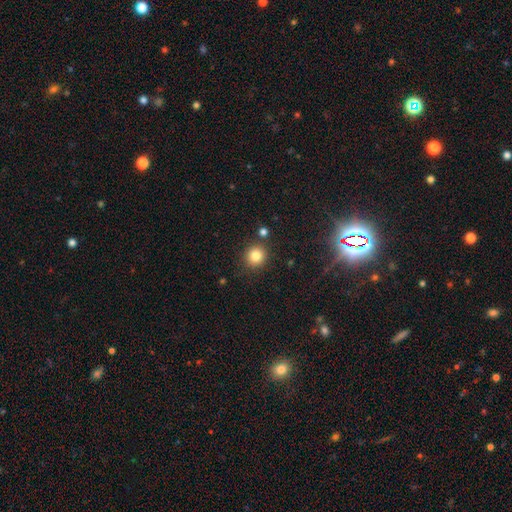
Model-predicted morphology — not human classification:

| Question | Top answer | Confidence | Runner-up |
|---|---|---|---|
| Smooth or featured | smooth | 83% | star or artifact (12%) |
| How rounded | round | 89% | in between (10%) |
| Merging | none | 85% | minor disturbance (8%) |